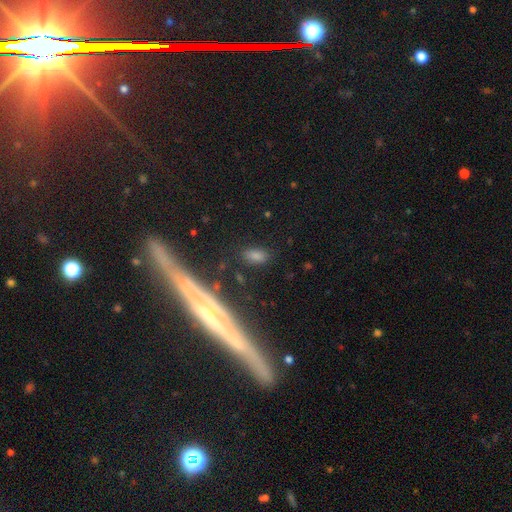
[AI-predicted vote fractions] A smooth galaxy with no disk features (75%) that is in between round and cigar-shaped (89%).

Vote fractions:
- Smooth or featured? smooth: 75% / star or artifact: 14% / featured or disk: 11%
- How rounded? in between: 89% / round: 6% / cigar-shaped: 6%
- Merging? none: 79% / minor disturbance: 13% / major disturbance: 5% / merger: 3%